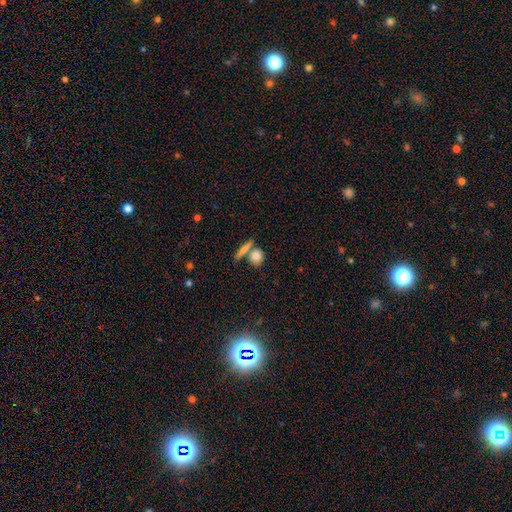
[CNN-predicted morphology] This is clearly a smooth galaxy (82%). How rounded: possibly round (47%). Merging: possibly none (57%).